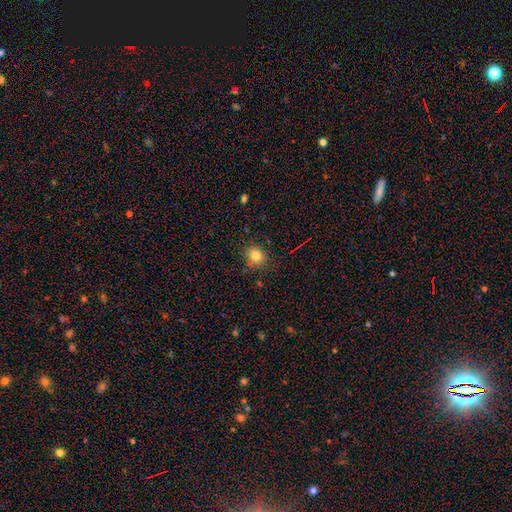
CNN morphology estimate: Overall: smooth (81%). How rounded: round (80%). Merging: none (84%).